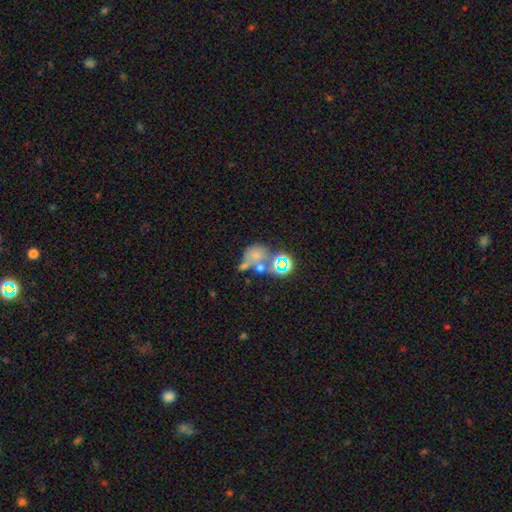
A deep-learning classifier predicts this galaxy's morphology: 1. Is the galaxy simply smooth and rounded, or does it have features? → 46% smooth, 29% featured or disk, 25% star or artifact.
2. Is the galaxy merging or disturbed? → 46% merger, 25% none, 17% major disturbance, 12% minor disturbance.